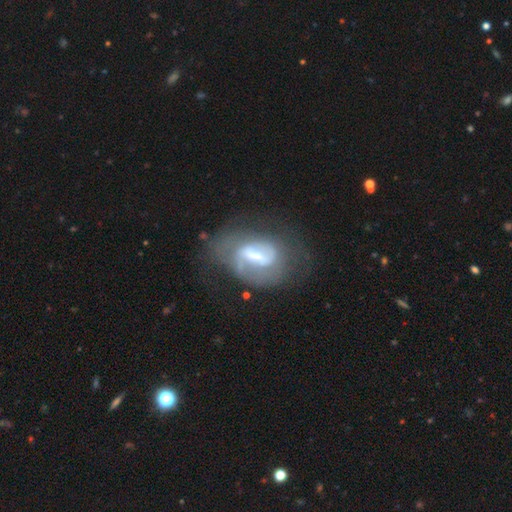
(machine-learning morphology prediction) This appears to be a featured or disk galaxy (73%) with a strong bar (46%), 2 (52%) medium (42%) spiral arms (76%) and a small central bulge (37%). Merging: none (46%).